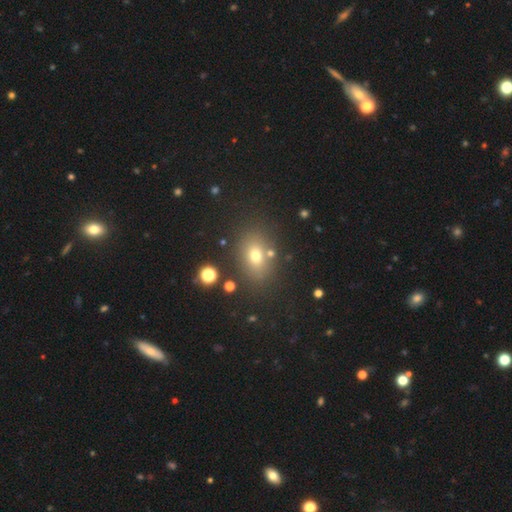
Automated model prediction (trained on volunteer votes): Morphology: type=smooth (69%); roundness=in between (68%); merging=none (78%).